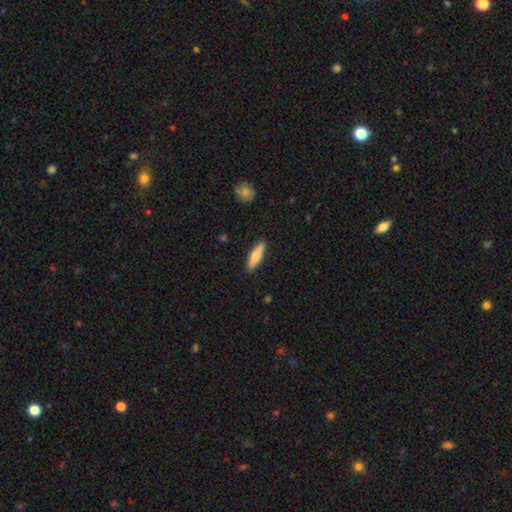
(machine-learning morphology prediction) smooth 69%, featured or disk 25%, star or artifact 6%. Down the decision tree: how rounded — cigar-shaped (68%); merging — none (89%).